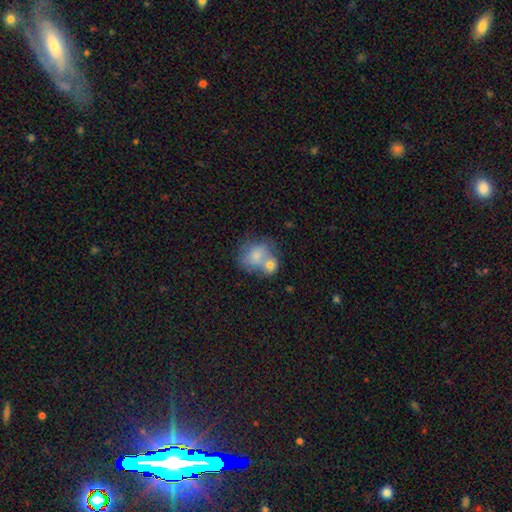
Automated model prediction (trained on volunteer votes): This appears to be a smooth galaxy with no disk features (71%) that is round (65%). Merging: merger (60%).